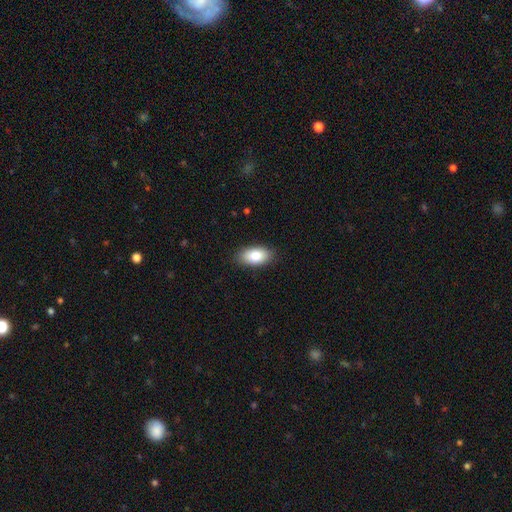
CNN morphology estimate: Smooth or featured?
  - smooth: 84% *
  - featured or disk: 10%
  - star or artifact: 7%
How rounded?
  - in between: 93% *
  - round: 4%
  - cigar-shaped: 3%
Merging?
  - none: 87% *
  - minor disturbance: 10%
  - major disturbance: 2%
  - merger: 1%